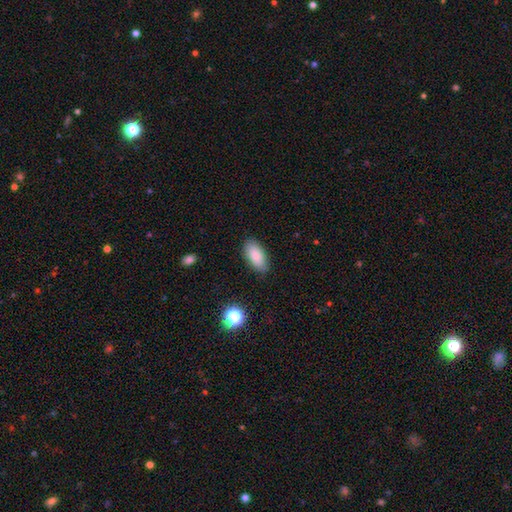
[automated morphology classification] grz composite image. It shows a smooth galaxy with no disk features (85%) that is in between round and cigar-shaped (91%). Merging: none (86%).